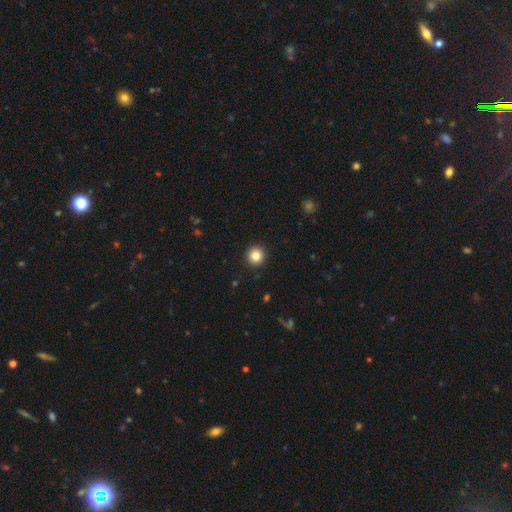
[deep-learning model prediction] A smooth galaxy with no disk features (84%) that is round (96%).

Vote fractions:
- Smooth or featured? smooth: 84% / star or artifact: 10% / featured or disk: 5%
- How rounded? round: 96% / in between: 3% / cigar-shaped: 1%
- Merging? none: 94% / minor disturbance: 4% / major disturbance: 2% / merger: 1%